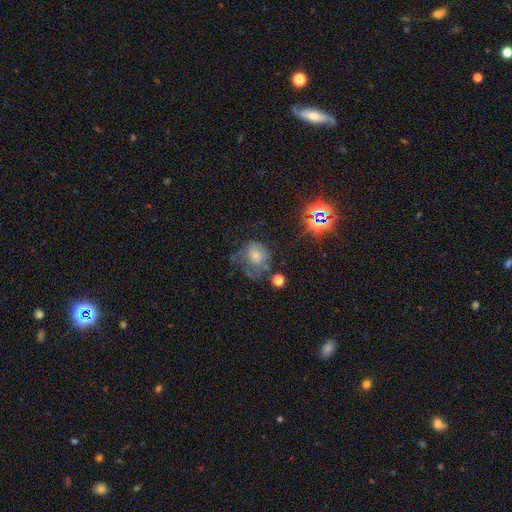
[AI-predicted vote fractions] Smooth or featured? Predicted: smooth (p=0.55). How rounded? Predicted: round (p=0.63). Merging? Predicted: major disturbance (p=0.35).